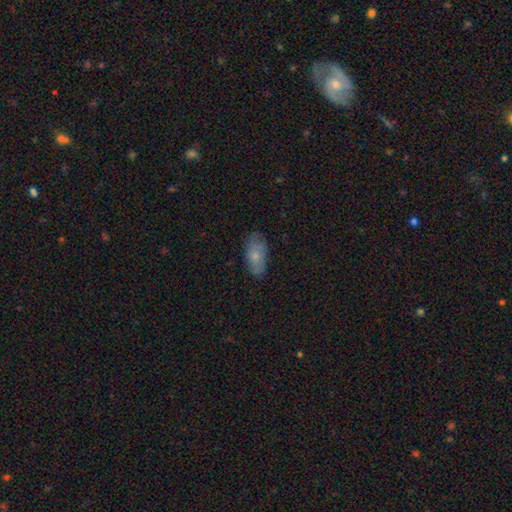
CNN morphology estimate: Smooth or featured? Predicted: smooth (p=0.71). How rounded? Predicted: in between (p=0.90). Merging? Predicted: none (p=0.73).